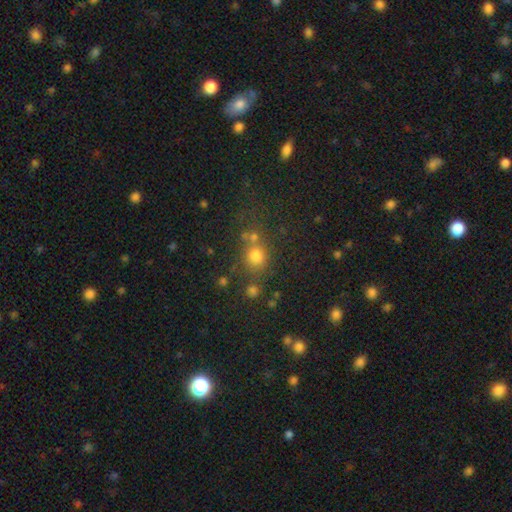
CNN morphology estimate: smooth_or_featured: smooth (p=0.71) [alt: star or artifact p=0.20]
how_rounded: round (p=0.82) [alt: in between p=0.17]
merging: none (p=0.62) [alt: merger p=0.20]